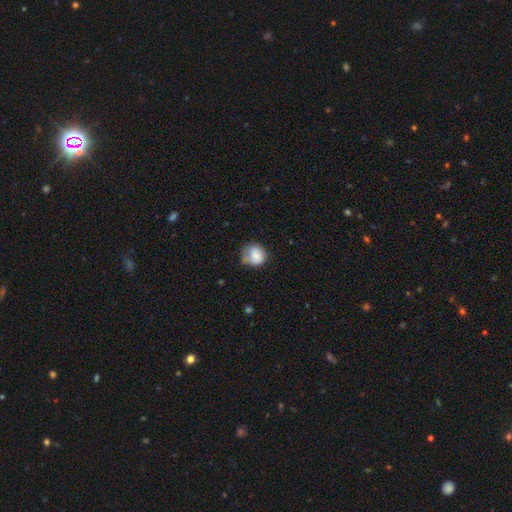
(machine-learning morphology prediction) Smooth or featured?
  - smooth: 77% *
  - featured or disk: 16%
  - star or artifact: 8%
How rounded?
  - round: 74% *
  - in between: 25%
  - cigar-shaped: 1%
Merging?
  - none: 48% *
  - minor disturbance: 34%
  - major disturbance: 14%
  - merger: 4%